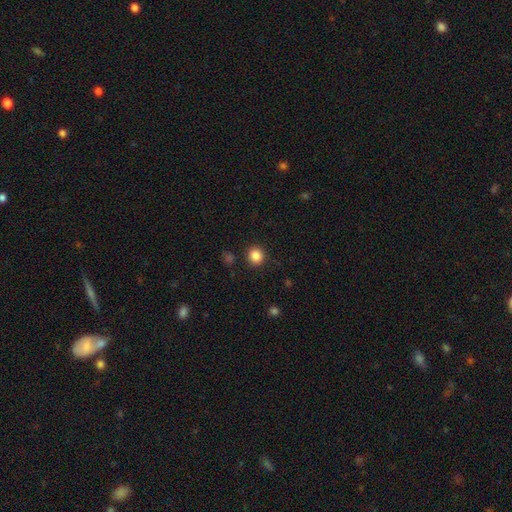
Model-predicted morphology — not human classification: type=smooth (86%); roundness=round (90%); merging=none (91%).